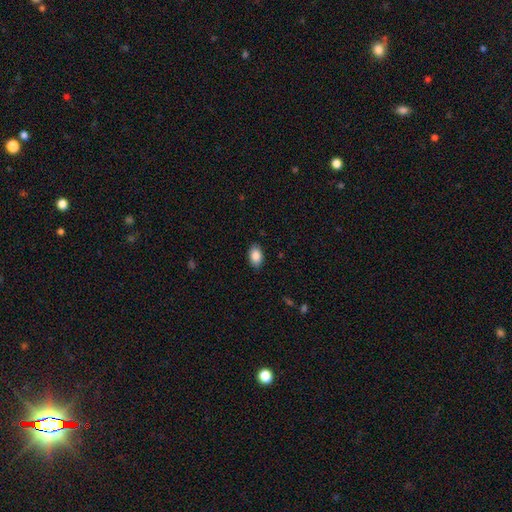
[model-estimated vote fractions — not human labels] Smooth or featured: smooth — 87% (star or artifact — 7%)
How rounded: in between — 91% (round — 8%)
Merging: none — 87% (minor disturbance — 10%)